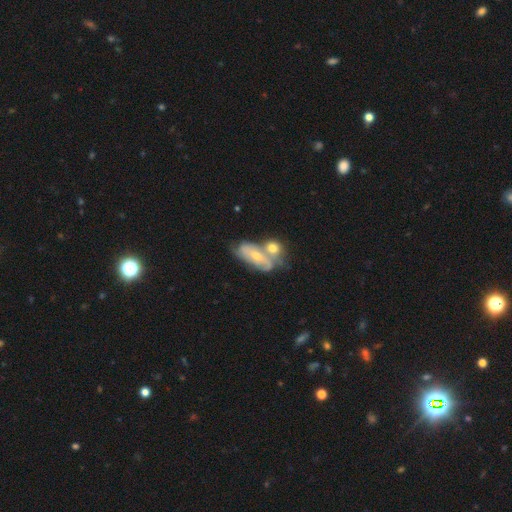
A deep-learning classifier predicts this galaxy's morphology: Smooth or featured? featured or disk (59%)
Edge-on disk? no (89%)
Bar? no (53%)
Spiral arms? yes (72%)
Bulge size? small (50%)
Merging? merger (52%)